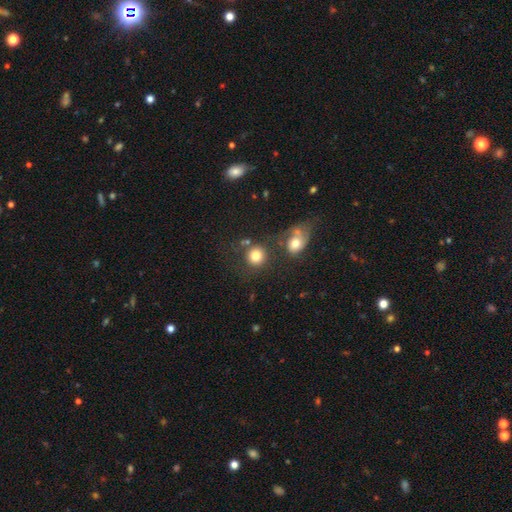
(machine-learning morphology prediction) Smooth or featured? Predicted: smooth (p=0.79). How rounded? Predicted: round (p=0.85). Merging? Predicted: none (p=0.63).